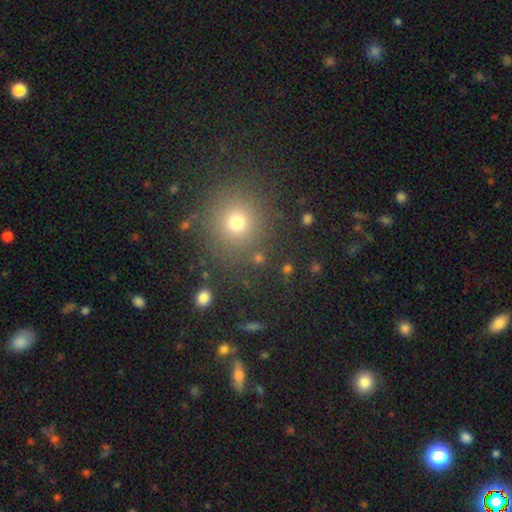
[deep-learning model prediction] Smooth or featured? smooth (66%)
How rounded? round (92%)
Merging? none (88%)